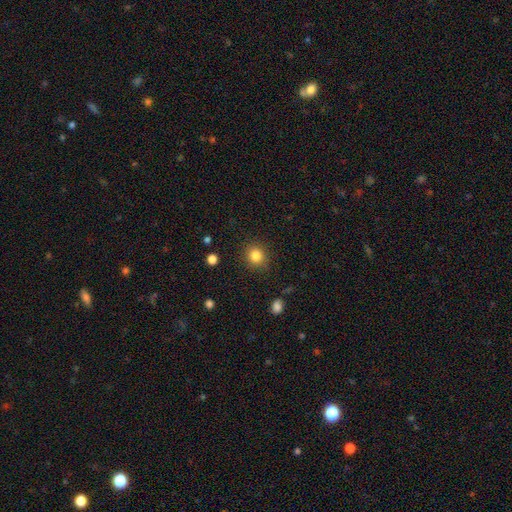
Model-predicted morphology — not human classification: The model was most divided on "smooth or featured": smooth: 84%, star or artifact: 11%, featured or disk: 5%. More confident: merging — none (89%); how rounded — round (88%).